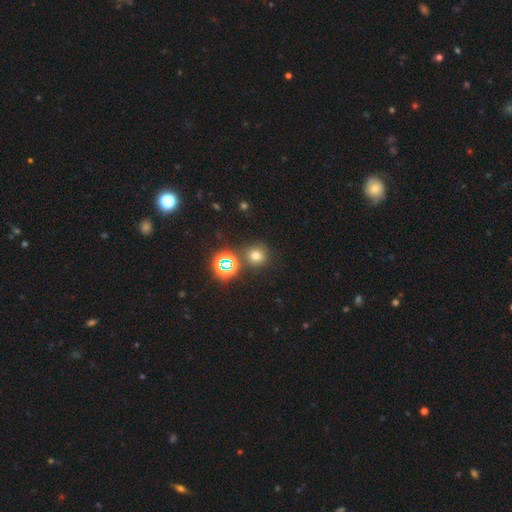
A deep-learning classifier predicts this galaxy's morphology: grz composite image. It shows a smooth galaxy with no disk features (66%) that is round (90%). Merging: none (80%).